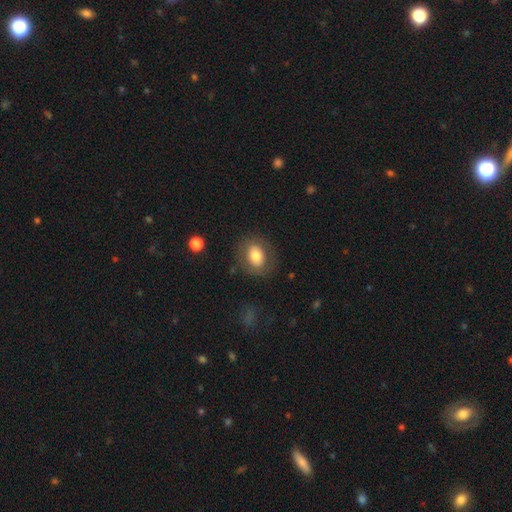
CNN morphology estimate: This appears to be a smooth galaxy with no disk features (73%) that is in between round and cigar-shaped (60%). Merging: none (79%).